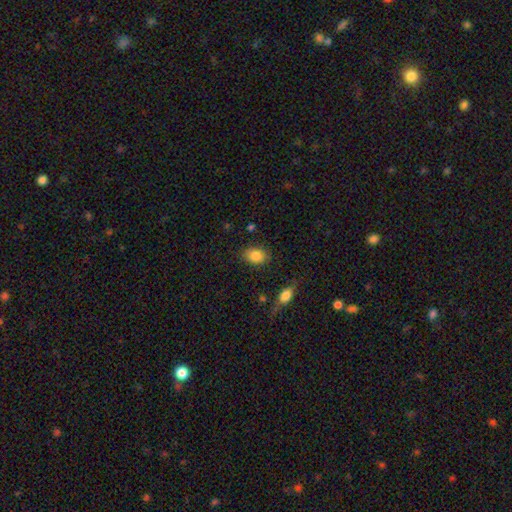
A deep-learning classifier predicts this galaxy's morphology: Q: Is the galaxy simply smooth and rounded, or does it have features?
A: smooth — 86%.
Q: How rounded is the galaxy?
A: in between — 76%.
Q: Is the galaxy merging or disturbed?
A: none — 81%.